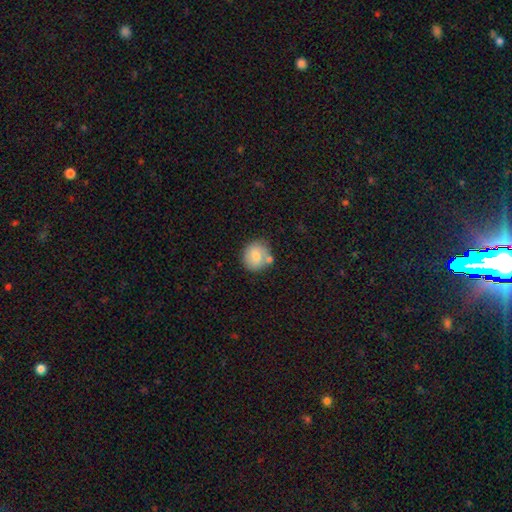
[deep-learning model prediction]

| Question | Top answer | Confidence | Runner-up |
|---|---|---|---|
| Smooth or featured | smooth | 75% | featured or disk (17%) |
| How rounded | round | 84% | in between (15%) |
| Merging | none | 64% | merger (17%) |